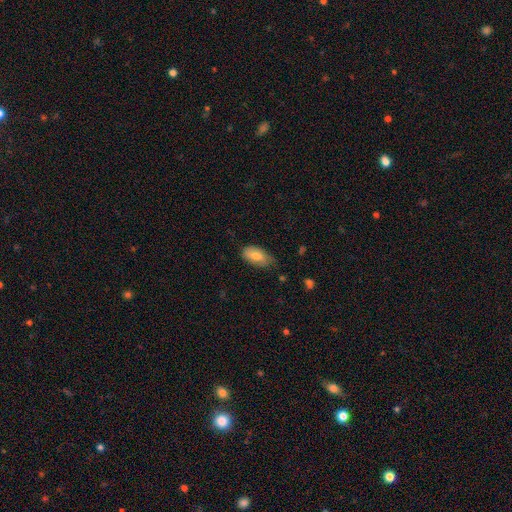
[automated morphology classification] smooth 79%, featured or disk 15%, star or artifact 6%. Down the decision tree: how rounded — in between (91%); merging — none (66%).